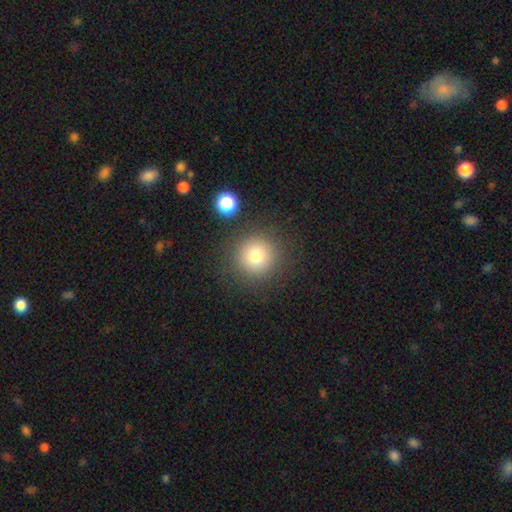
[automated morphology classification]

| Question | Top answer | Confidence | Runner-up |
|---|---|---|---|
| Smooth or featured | smooth | 78% | star or artifact (13%) |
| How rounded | round | 94% | in between (5%) |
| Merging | none | 85% | minor disturbance (8%) |